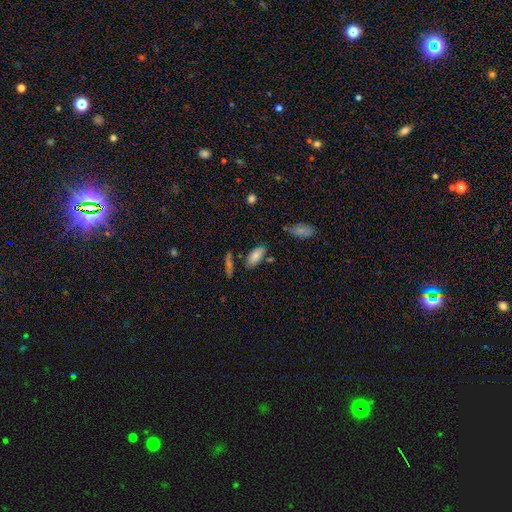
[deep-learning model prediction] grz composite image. It shows a smooth galaxy with no disk features (81%) that is in between round and cigar-shaped (89%). Merging: none (72%).